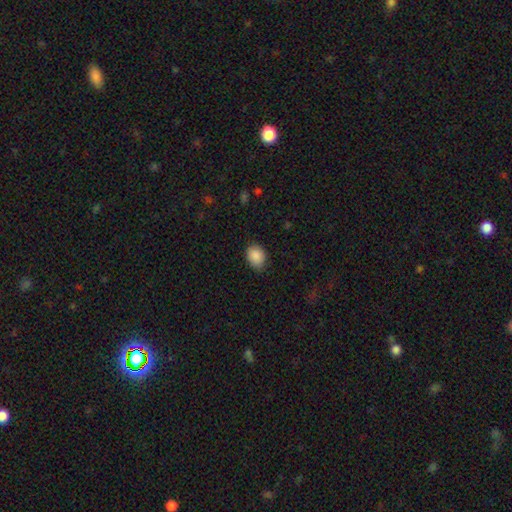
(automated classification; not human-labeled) Overall: smooth (89%). How rounded: in between (61%; round 38%). Merging: none (81%).